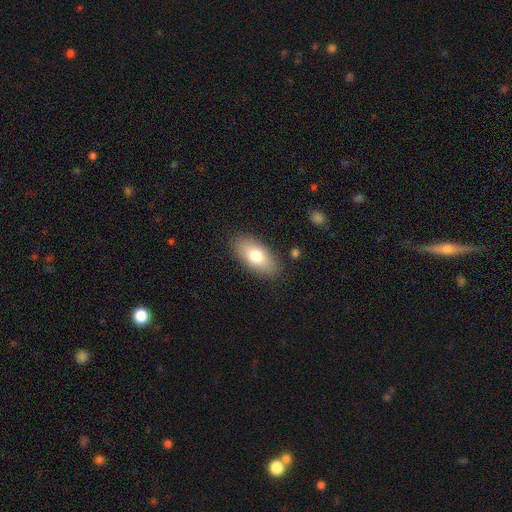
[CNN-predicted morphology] This is likely a smooth galaxy (75%). How rounded: clearly in between (90%). Merging: clearly none (86%).